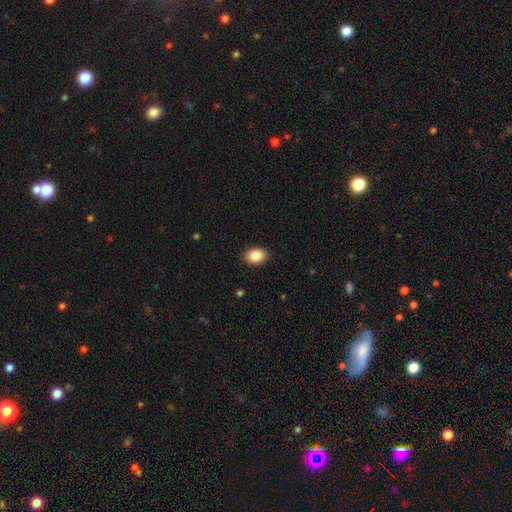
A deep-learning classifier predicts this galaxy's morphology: A smooth galaxy with no disk features (87%) that is in between round and cigar-shaped (78%). Merging: none (90%).